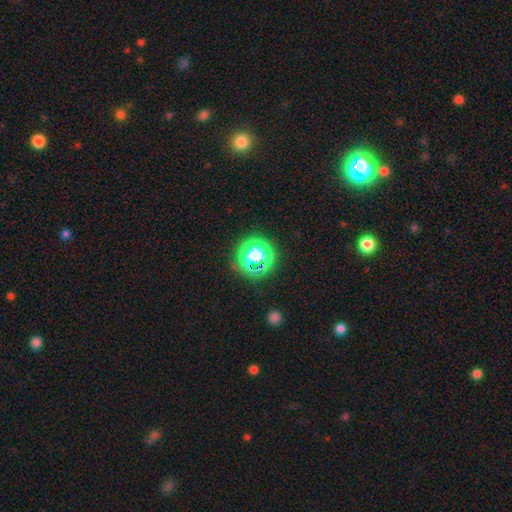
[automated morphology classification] Overall: smooth (44%; star or artifact 43%). Merging: none (76%).